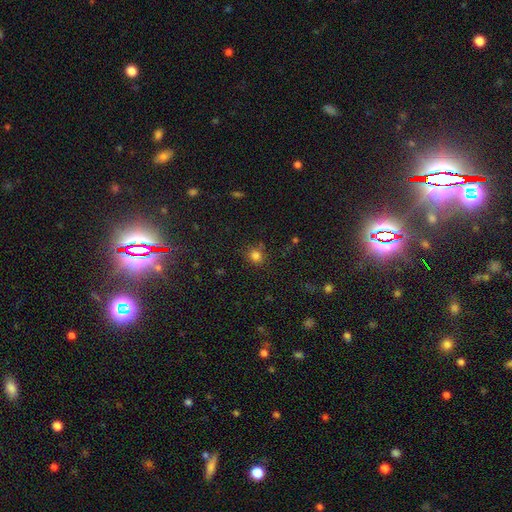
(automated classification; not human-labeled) Smooth or featured: smooth — 80% (star or artifact — 15%)
How rounded: round — 82% (in between — 17%)
Merging: none — 79% (minor disturbance — 12%)